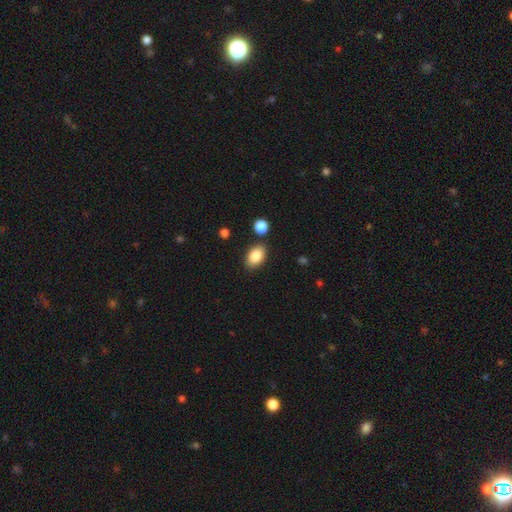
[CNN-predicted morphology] The model was most divided on "merging": none: 82%, minor disturbance: 11%, merger: 5%, major disturbance: 3%. More confident: how rounded — in between (90%); smooth or featured — smooth (86%).